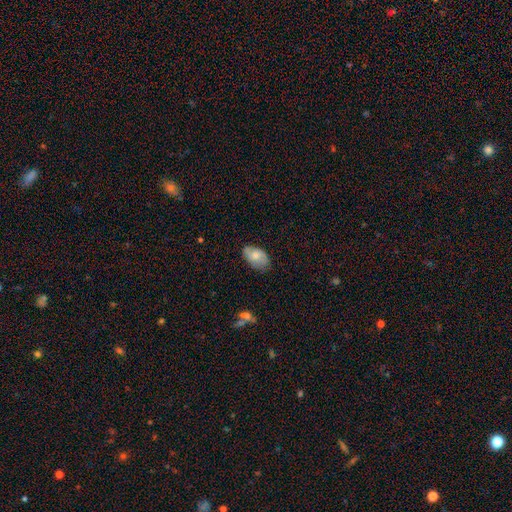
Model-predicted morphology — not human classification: A smooth galaxy with no disk features (73%) that is in between round and cigar-shaped (92%). Merging: none (69%).